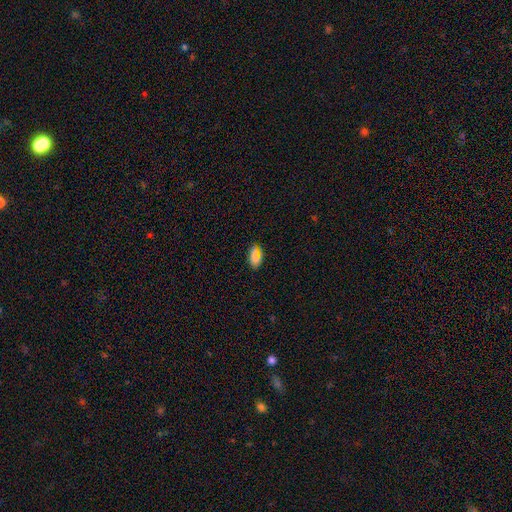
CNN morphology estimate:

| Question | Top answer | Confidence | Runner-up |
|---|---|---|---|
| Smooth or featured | smooth | 76% | star or artifact (17%) |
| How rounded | in between | 90% | round (6%) |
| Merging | none | 85% | minor disturbance (11%) |